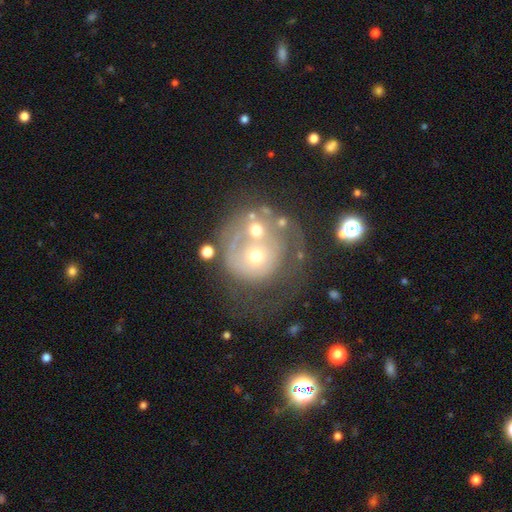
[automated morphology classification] This is possibly a featured or disk galaxy (58%). It is clearly not viewed edge-on (97%). Bar: clearly no (88%). Spiral arm pattern: possibly no (59%). Central bulge: possibly moderate (46%). Merging: marginally none (41%).